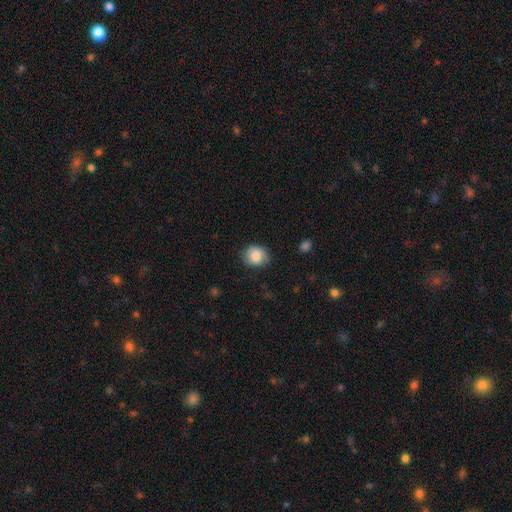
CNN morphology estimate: Smooth or featured?
  - smooth: 82% *
  - featured or disk: 11%
  - star or artifact: 8%
How rounded?
  - round: 62% *
  - in between: 37%
  - cigar-shaped: 1%
Merging?
  - none: 78% *
  - minor disturbance: 17%
  - major disturbance: 4%
  - merger: 1%